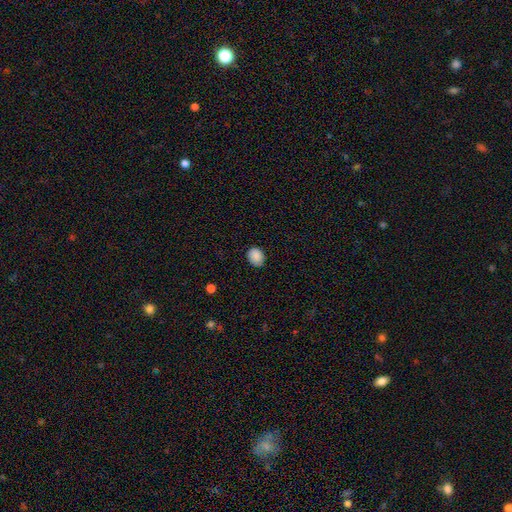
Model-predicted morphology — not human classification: This appears to be a smooth galaxy with no disk features (88%) that is round (55%). Merging: none (85%).